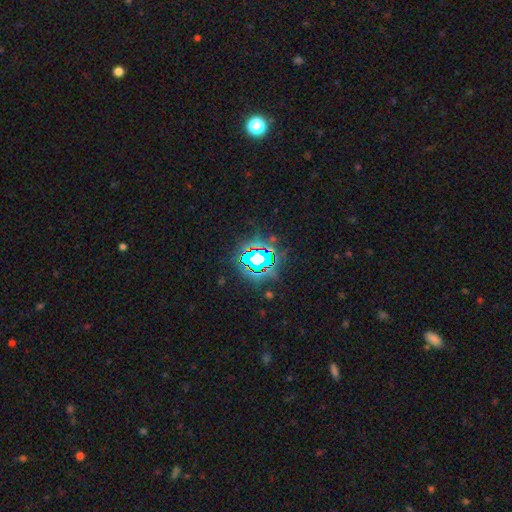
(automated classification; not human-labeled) The model was most divided on "smooth or featured": star or artifact: 75%, smooth: 13%, featured or disk: 11%.